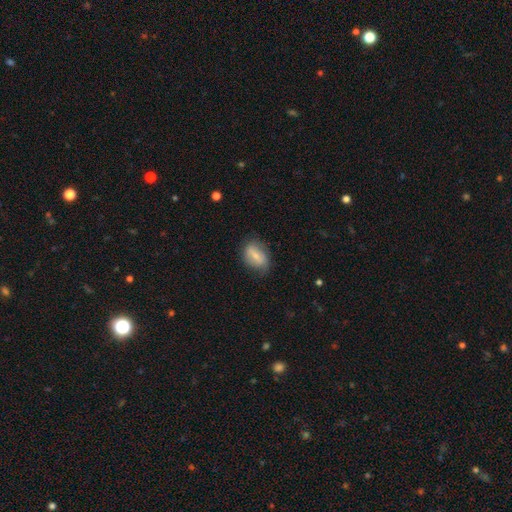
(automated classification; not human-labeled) Overall: smooth (60%; featured or disk 33%). How rounded: in between (77%). Merging: none (69%).